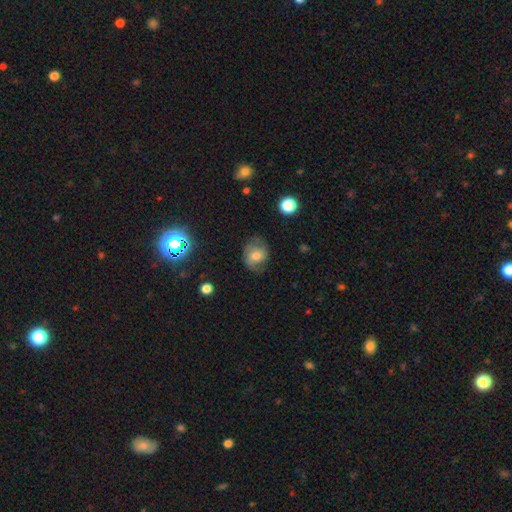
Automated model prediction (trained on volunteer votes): Overall: smooth (52%; featured or disk 37%). How rounded: round (60%; in between 39%). Merging: none (63%; minor disturbance 24%).